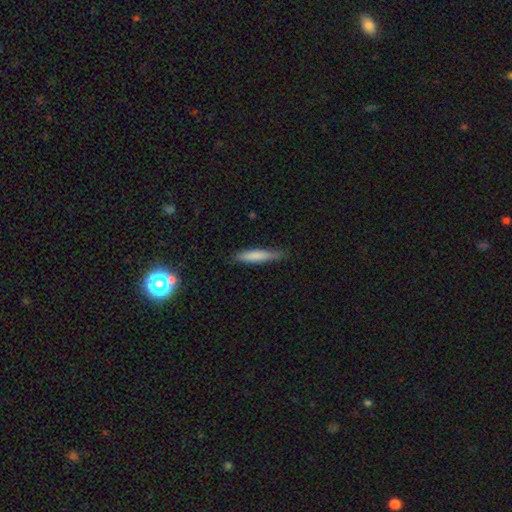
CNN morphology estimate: Smooth or featured?
  - smooth: 79% *
  - featured or disk: 16%
  - star or artifact: 6%
How rounded?
  - cigar-shaped: 87% *
  - in between: 11%
  - round: 1%
Merging?
  - none: 77% *
  - minor disturbance: 19%
  - major disturbance: 3%
  - merger: 1%